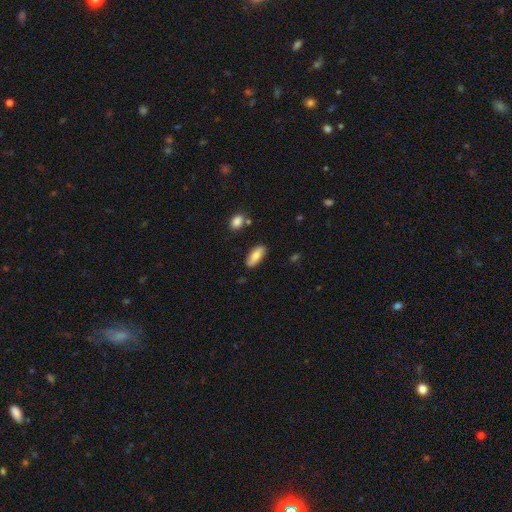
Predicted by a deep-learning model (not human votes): A smooth galaxy with no disk features (75%) that is in between round and cigar-shaped (75%). Merging: none (86%).